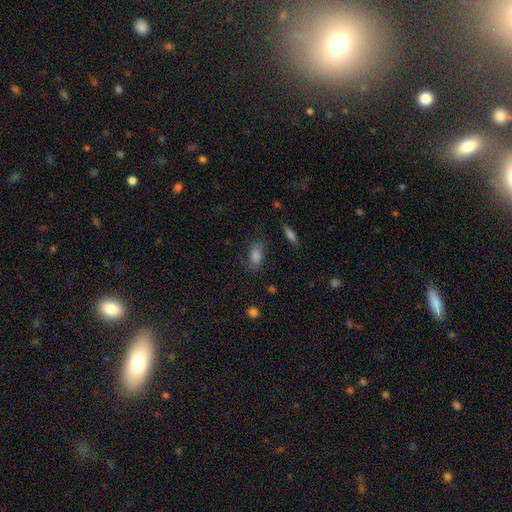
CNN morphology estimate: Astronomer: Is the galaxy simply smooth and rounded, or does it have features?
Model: smooth — 75%.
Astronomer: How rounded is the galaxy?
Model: in between — 84%.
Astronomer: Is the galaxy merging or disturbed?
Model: none — 69%.